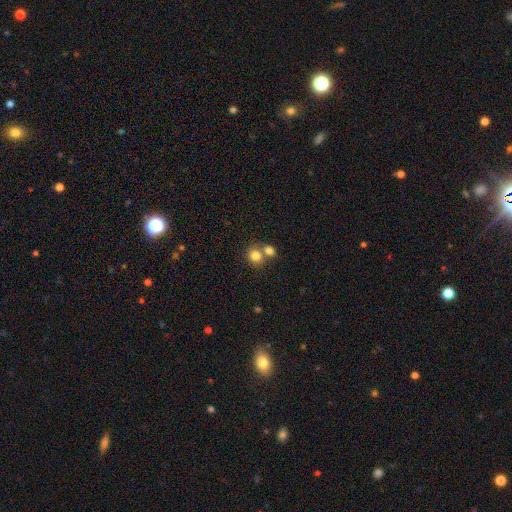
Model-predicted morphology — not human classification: This is clearly a smooth galaxy (82%). How rounded: likely round (68%). Merging: possibly merger (46%).